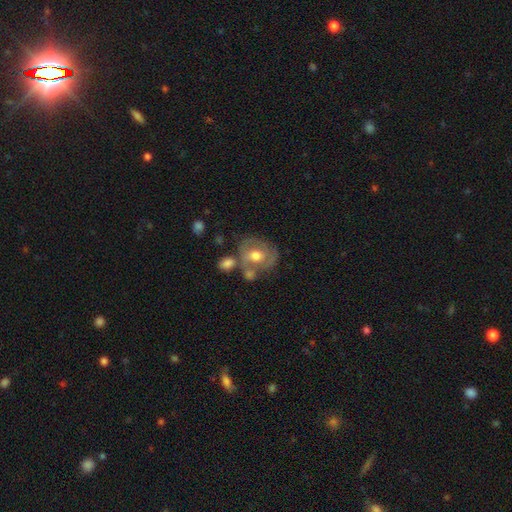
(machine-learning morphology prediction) Smooth or featured?
  - featured or disk: 56% *
  - smooth: 37%
  - star or artifact: 7%
Edge-on disk?
  - no: 96% *
  - yes: 4%
Bar?
  - no: 61% *
  - weak: 30%
  - strong: 9%
Spiral arms?
  - yes: 56% *
  - no: 44%
Bulge size?
  - moderate: 76% *
  - large: 12%
  - small: 10%
  - none: 1%
  - dominant: 1%
Merging?
  - none: 51% *
  - merger: 20%
  - minor disturbance: 19%
  - major disturbance: 10%